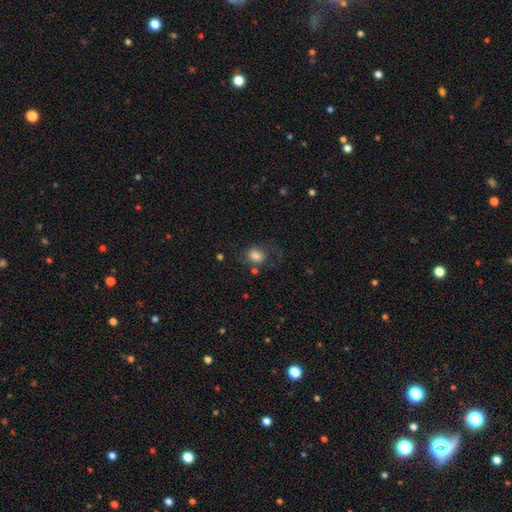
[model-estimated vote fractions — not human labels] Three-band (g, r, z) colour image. It shows a smooth galaxy with no disk features (77%) that is round (52%). Merging: none (54%).